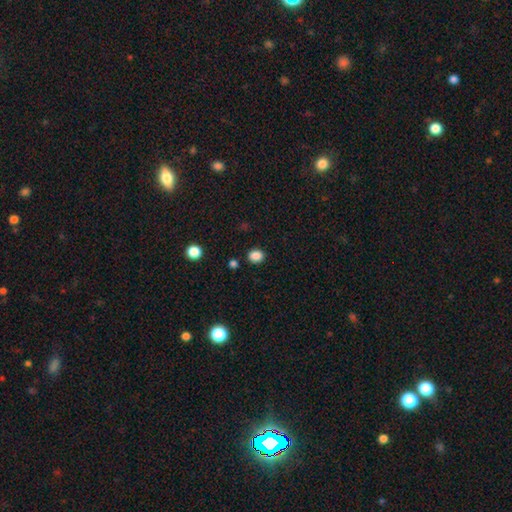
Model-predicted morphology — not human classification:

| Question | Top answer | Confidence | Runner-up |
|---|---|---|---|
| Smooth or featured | smooth | 86% | star or artifact (11%) |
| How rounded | round | 54% | in between (45%) |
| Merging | none | 86% | minor disturbance (8%) |